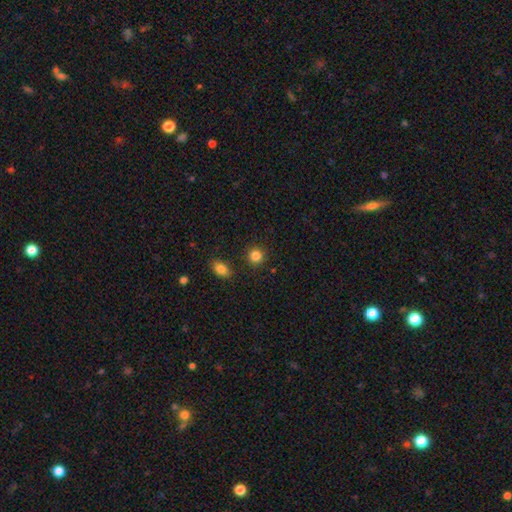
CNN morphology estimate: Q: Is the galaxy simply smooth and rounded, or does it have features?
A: smooth — 85%.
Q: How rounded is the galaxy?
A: round — 90%.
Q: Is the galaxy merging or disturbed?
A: none — 89%.